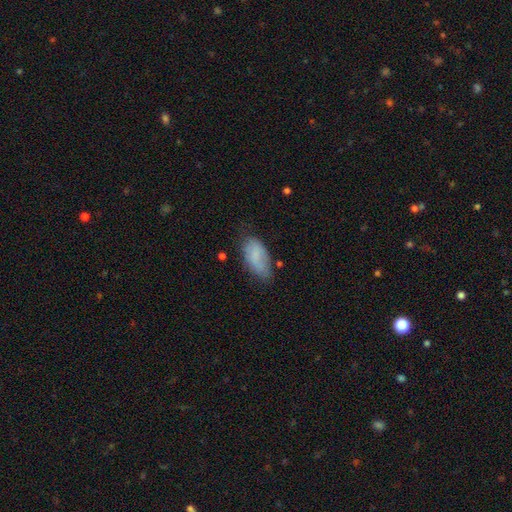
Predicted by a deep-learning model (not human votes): smooth-or-featured: smooth: 78% | featured or disk: 15% | star or artifact: 7%
  how-rounded: in between: 92% | cigar-shaped: 5% | round: 3%
  merging: none: 59% | minor disturbance: 30% | major disturbance: 8% | merger: 3%